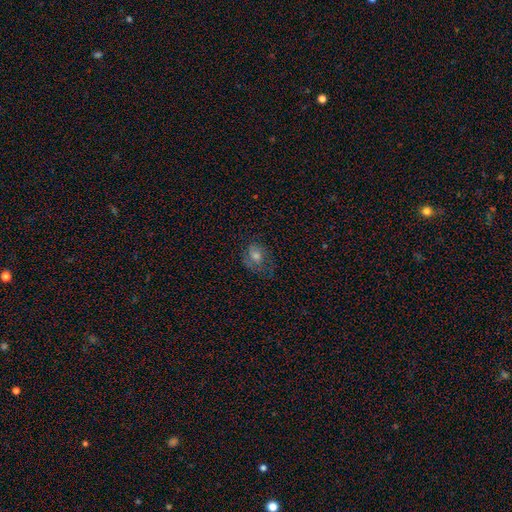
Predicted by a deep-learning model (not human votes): Smooth or featured? Predicted: smooth (p=0.50). Merging? Predicted: none (p=0.59).